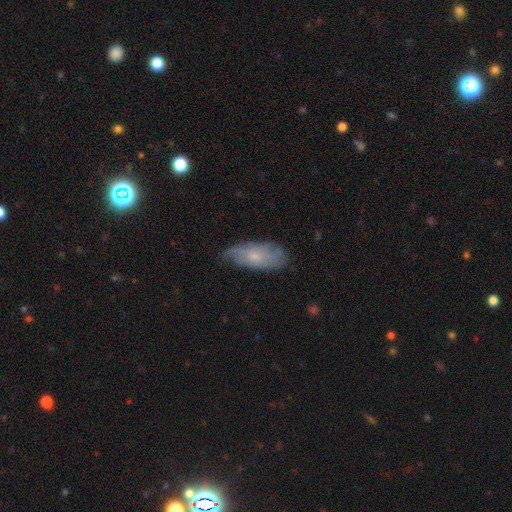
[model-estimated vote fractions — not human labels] Q: Smooth or featured?
A: smooth (49%); runner-up: featured or disk (43%)
Q: Merging?
A: none (64%); runner-up: minor disturbance (28%)